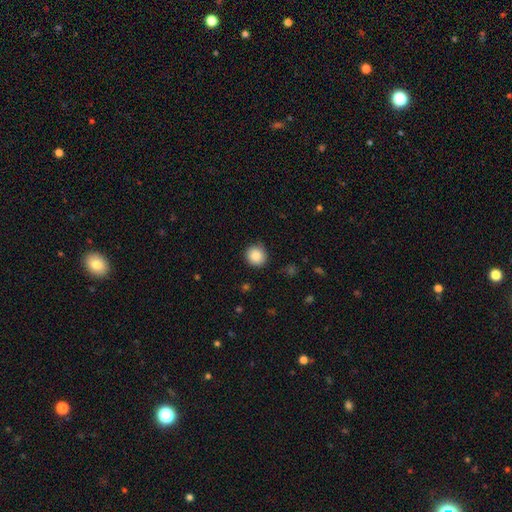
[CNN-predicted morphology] type=smooth (88%); roundness=round (92%); merging=none (87%).